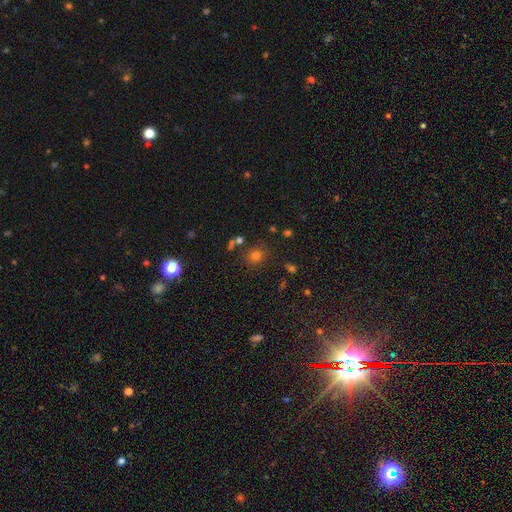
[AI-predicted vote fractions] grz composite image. It shows a smooth galaxy with no disk features (72%) that is round (78%). Merging: none (79%).